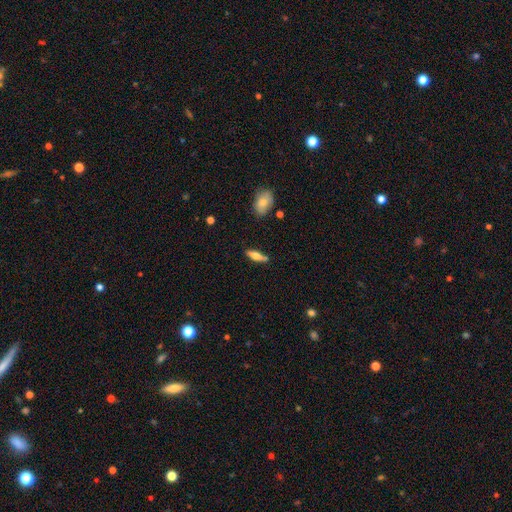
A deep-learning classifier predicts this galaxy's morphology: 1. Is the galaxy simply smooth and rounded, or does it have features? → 67% smooth, 26% featured or disk, 7% star or artifact.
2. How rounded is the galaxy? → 53% cigar-shaped, 45% in between, 2% round.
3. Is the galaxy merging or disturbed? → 77% none, 15% minor disturbance, 5% merger, 3% major disturbance.